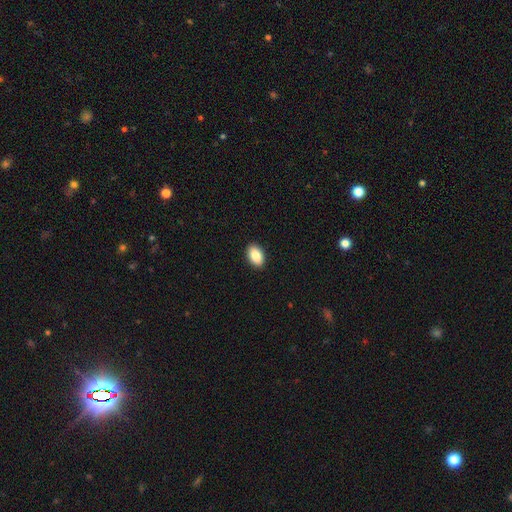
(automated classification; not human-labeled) A smooth galaxy with no disk features (87%) that is in between round and cigar-shaped (91%).

Vote fractions:
- Smooth or featured? smooth: 87% / star or artifact: 7% / featured or disk: 6%
- How rounded? in between: 91% / round: 7% / cigar-shaped: 2%
- Merging? none: 91% / minor disturbance: 6% / major disturbance: 2% / merger: 1%